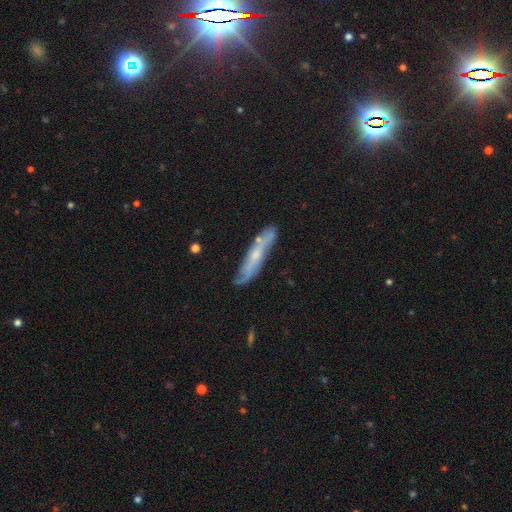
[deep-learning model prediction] Q: Smooth or featured?
A: featured or disk (59%); runner-up: smooth (33%)
Q: Edge-on disk?
A: yes (59%); runner-up: no (41%)
Q: Merging?
A: none (69%); runner-up: minor disturbance (21%)